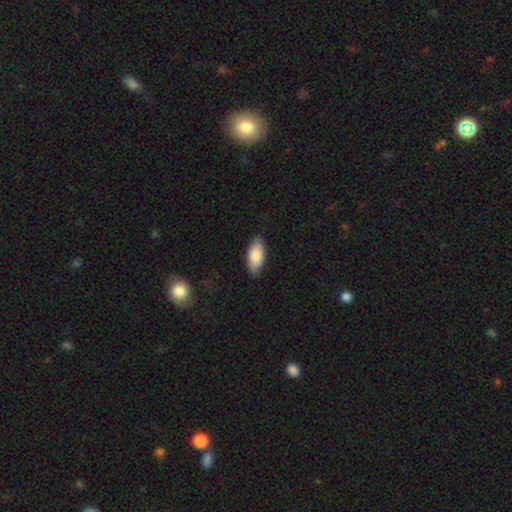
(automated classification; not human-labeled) Smooth or featured? smooth (87%)
How rounded? in between (90%)
Merging? none (83%)